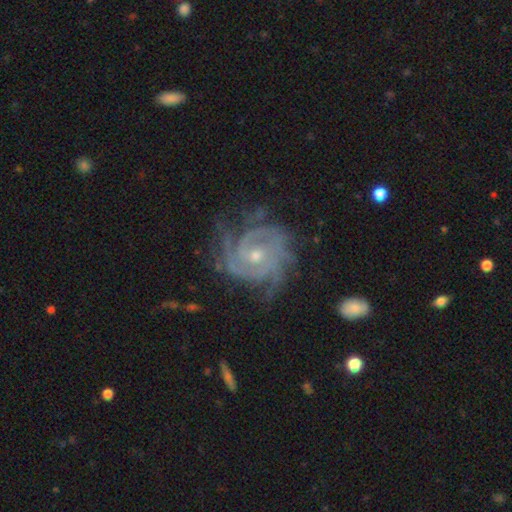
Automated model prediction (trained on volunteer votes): Smooth or featured? featured or disk (91%)
Edge-on disk? no (98%)
Bar? no (66%)
Spiral arms? yes (98%)
Spiral winding? tight (69%)
Spiral arm count? 3 (31%)
Bulge size? small (54%)
Merging? none (67%)